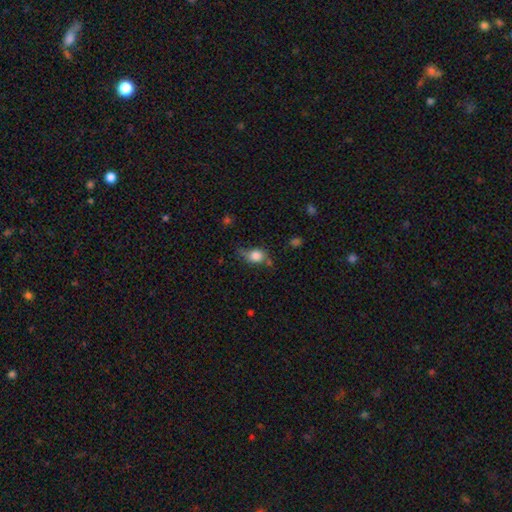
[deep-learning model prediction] This appears to be a smooth galaxy with no disk features (80%) that is in between round and cigar-shaped (52%). Merging: none (48%).